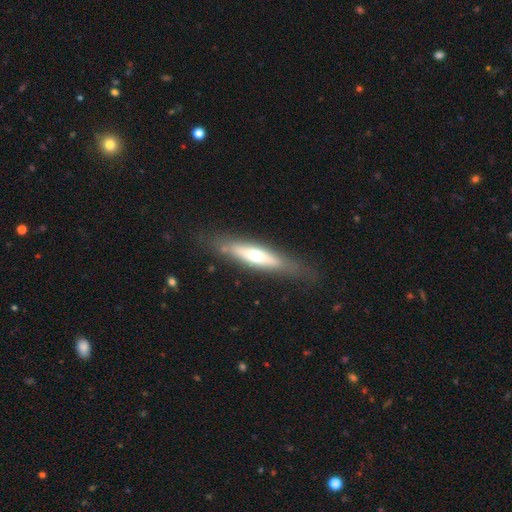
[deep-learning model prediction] This is possibly a featured or disk galaxy (49%). Merging: likely none (77%).